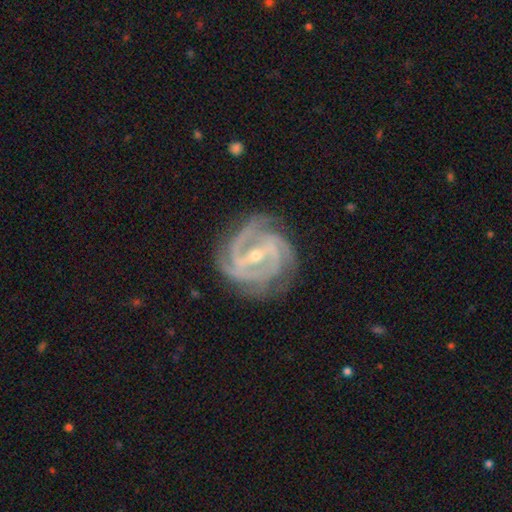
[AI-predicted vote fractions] A featured or disk galaxy (93%) with a strong bar (51%), 3 (47%) tight (58%) spiral arms (98%) and a small central bulge (59%).

Vote fractions:
- Smooth or featured? featured or disk: 93% / star or artifact: 4% / smooth: 3%
- Edge-on disk? no: 97% / yes: 3%
- Bar? strong: 51% / weak: 36% / no: 13%
- Spiral arms? yes: 98% / no: 2%
- Spiral winding? tight: 58% / medium: 37% / loose: 5%
- Spiral arm count? 3: 47% / 4: 18% / 2: 16% / can't tell: 8% / more than 4: 5% / 1: 5%
- Bulge size? small: 59% / moderate: 38% / large: 1% / none: 1% / dominant: 1%
- Merging? none: 76% / minor disturbance: 16% / major disturbance: 6% / merger: 1%